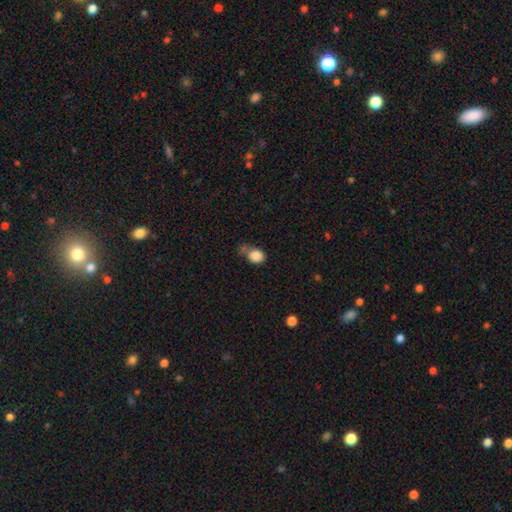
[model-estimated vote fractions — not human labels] This appears to be a smooth galaxy with no disk features (85%) that is round (57%). Merging: none (41%).